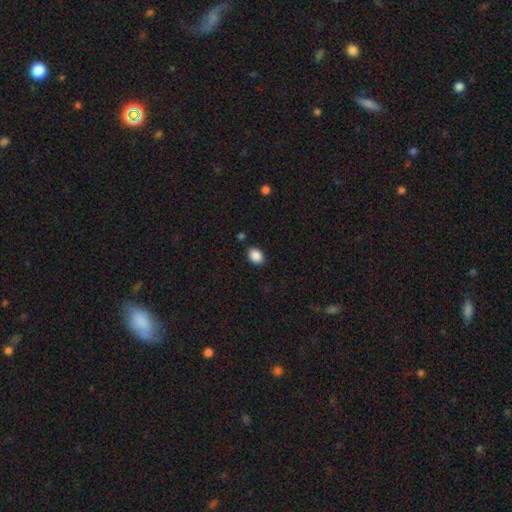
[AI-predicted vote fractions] smooth-or-featured: smooth: 88% | star or artifact: 8% | featured or disk: 3%
  how-rounded: in between: 77% | round: 22% | cigar-shaped: 1%
  merging: none: 86% | minor disturbance: 9% | major disturbance: 2% | merger: 2%